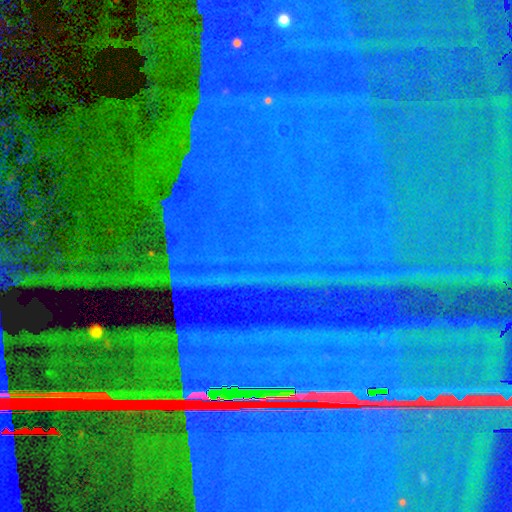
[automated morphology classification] This appears to be a star or artifact, not a galaxy (88%).